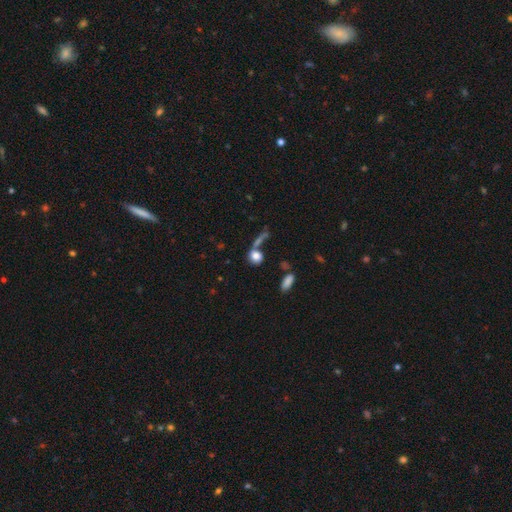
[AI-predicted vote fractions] This is likely a smooth galaxy (79%). How rounded: likely round (68%). Merging: possibly none (46%).